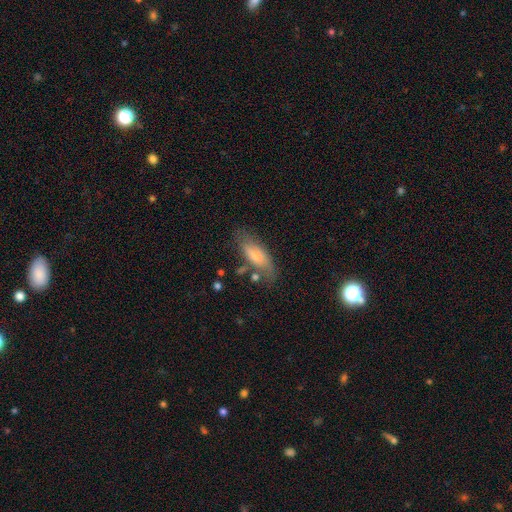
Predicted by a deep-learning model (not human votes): Morphology: type=smooth (65%); roundness=in between (73%); merging=none (60%).